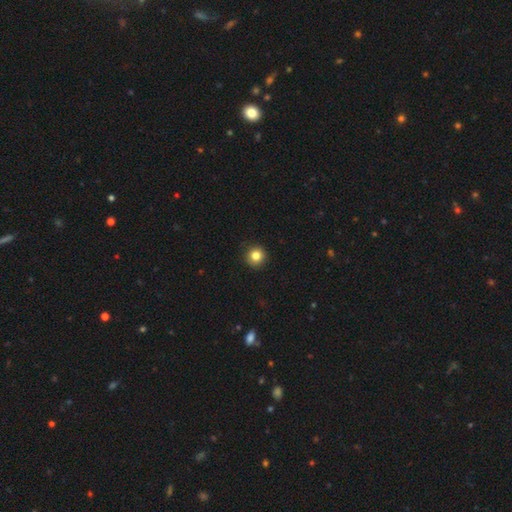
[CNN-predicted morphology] Smooth or featured? smooth (83%)
How rounded? round (95%)
Merging? none (92%)